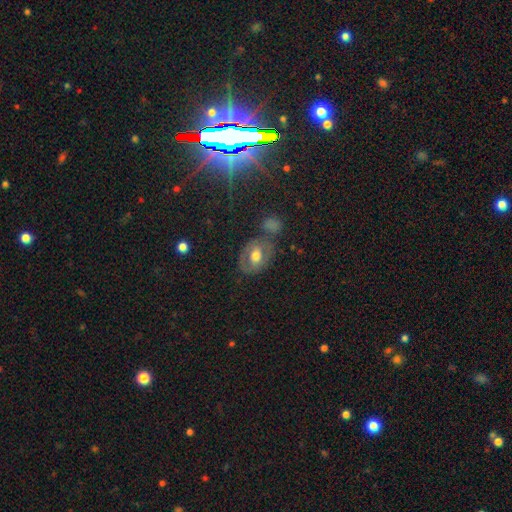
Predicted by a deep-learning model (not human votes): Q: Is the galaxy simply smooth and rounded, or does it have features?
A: smooth — 48%.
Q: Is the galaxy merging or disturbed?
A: none — 60%.